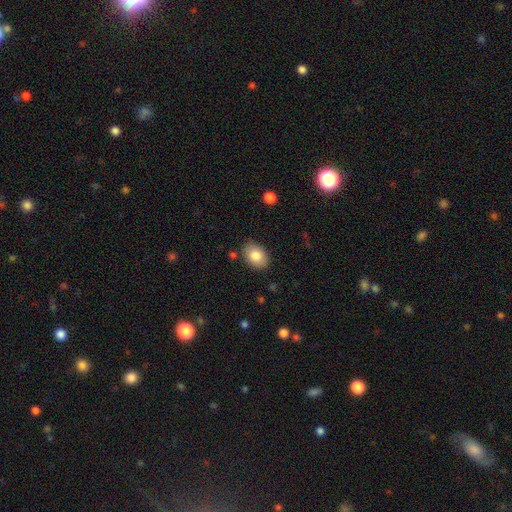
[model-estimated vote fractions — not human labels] smooth-or-featured: smooth: 83% | featured or disk: 9% | star or artifact: 7%
  how-rounded: in between: 80% | round: 19% | cigar-shaped: 1%
  merging: none: 84% | minor disturbance: 11% | major disturbance: 3% | merger: 2%